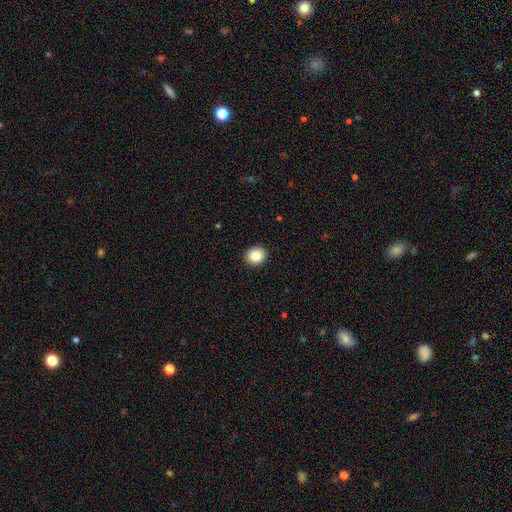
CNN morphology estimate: Smooth or featured? Predicted: smooth (p=0.87). How rounded? Predicted: round (p=0.81). Merging? Predicted: none (p=0.92).